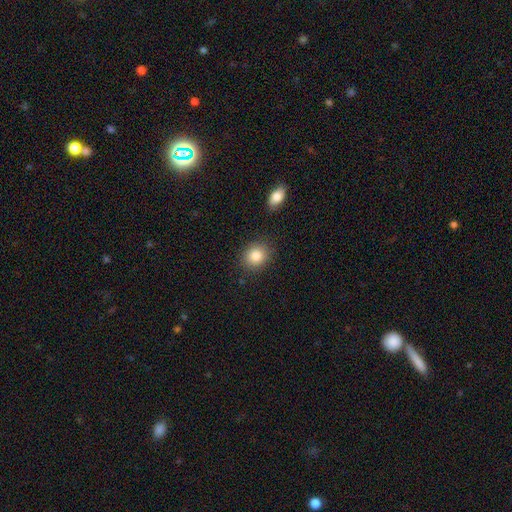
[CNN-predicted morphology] smooth_or_featured: smooth (p=0.85) [alt: star or artifact p=0.09]
how_rounded: round (p=0.70) [alt: in between p=0.29]
merging: none (p=0.86) [alt: minor disturbance p=0.09]